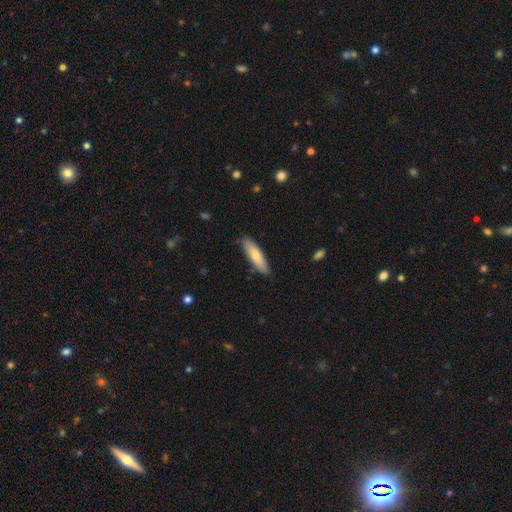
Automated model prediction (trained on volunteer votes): Smooth or featured: smooth — 70% (featured or disk — 24%)
How rounded: cigar-shaped — 64% (in between — 34%)
Merging: none — 84% (minor disturbance — 12%)